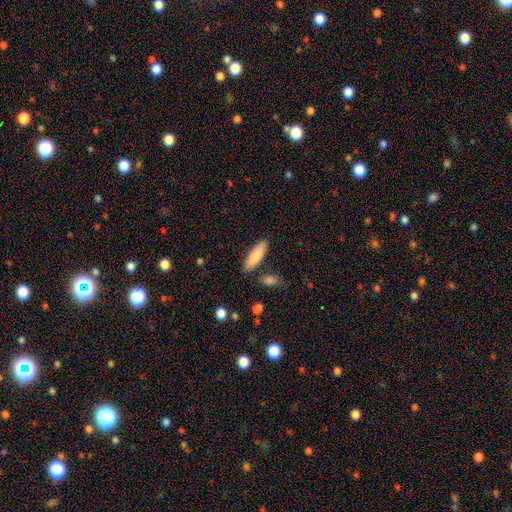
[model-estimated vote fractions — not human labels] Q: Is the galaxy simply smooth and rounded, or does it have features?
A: smooth — 84%.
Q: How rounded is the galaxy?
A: in between — 52%.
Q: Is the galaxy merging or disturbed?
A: none — 82%.